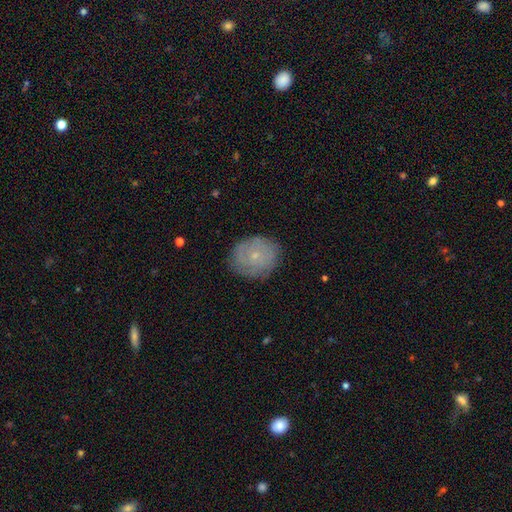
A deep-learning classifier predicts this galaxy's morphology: Smooth or featured? Predicted: featured or disk (p=0.57). Edge-on disk? Predicted: no (p=0.97). Bar? Predicted: no (p=0.85). Spiral arms? Predicted: yes (p=0.79). Bulge size? Predicted: small (p=0.81). Merging? Predicted: none (p=0.82).